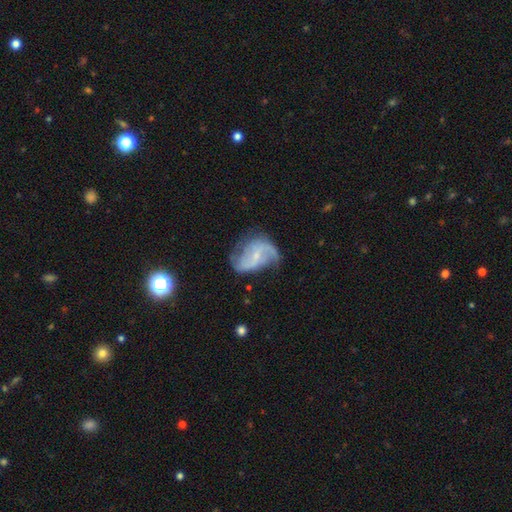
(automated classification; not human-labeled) A featured or disk galaxy (80%) with a weak bar (44%), 2 (76%) loose (51%) spiral arms (92%) and a small central bulge (72%). Merging: none (53%).